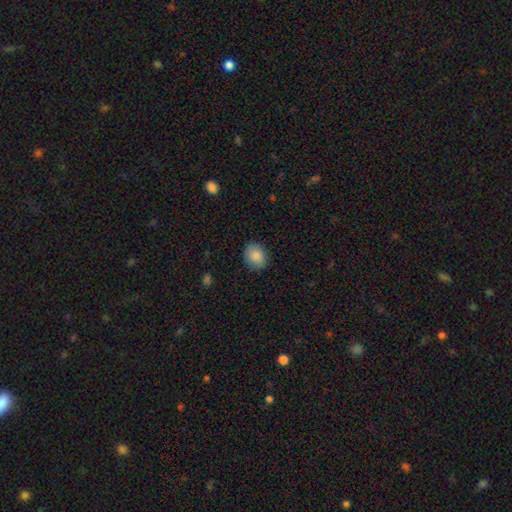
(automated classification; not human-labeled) Smooth or featured? Predicted: smooth (p=0.88). How rounded? Predicted: in between (p=0.55). Merging? Predicted: none (p=0.87).